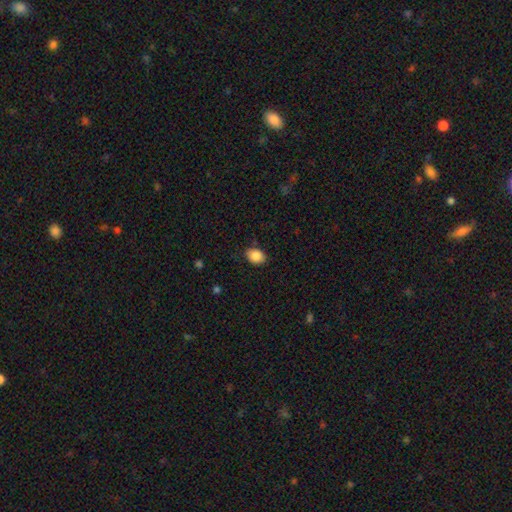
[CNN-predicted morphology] The model was most divided on "how rounded": in between: 71%, round: 28%, cigar-shaped: 1%. More confident: smooth or featured — smooth (88%); merging — none (82%).